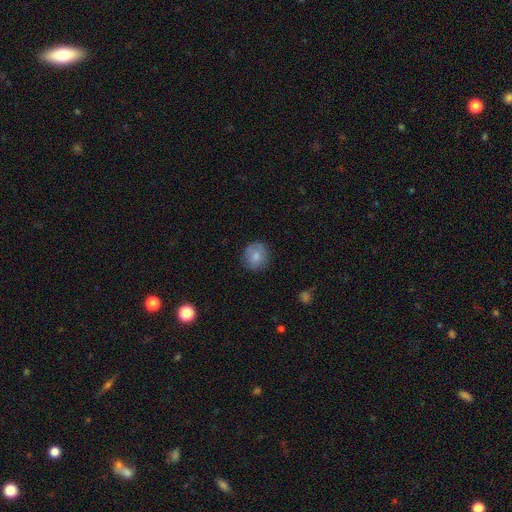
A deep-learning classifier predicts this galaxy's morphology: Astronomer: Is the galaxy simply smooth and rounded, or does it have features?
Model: smooth — 81%.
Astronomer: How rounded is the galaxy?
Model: round — 81%.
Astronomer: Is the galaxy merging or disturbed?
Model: none — 81%.